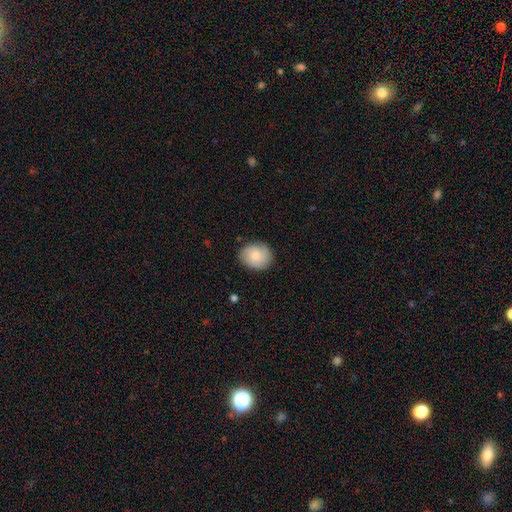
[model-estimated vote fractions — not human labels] This appears to be a smooth galaxy with no disk features (64%) that is round (59%). Merging: none (81%).